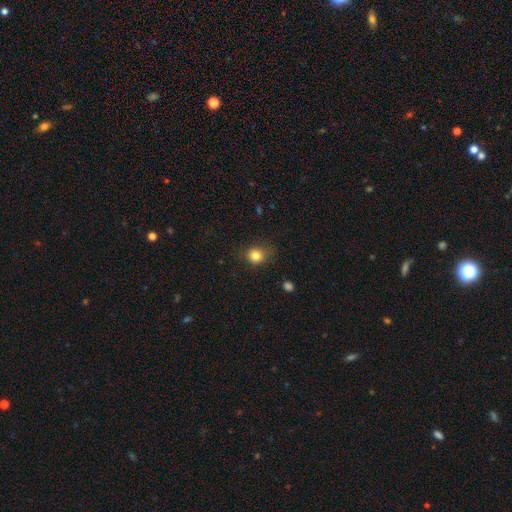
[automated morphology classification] smooth 82%, star or artifact 12%, featured or disk 6%. Down the decision tree: how rounded — round (80%); merging — none (73%).